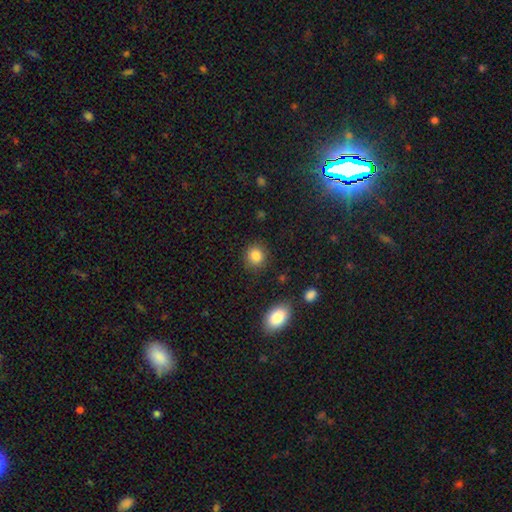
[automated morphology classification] Overall: smooth (85%). How rounded: round (85%). Merging: none (87%).